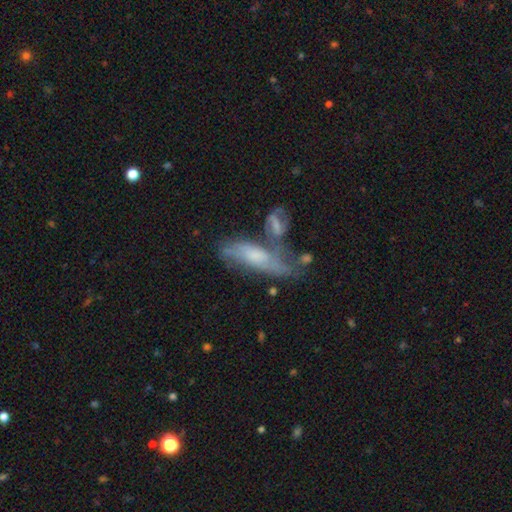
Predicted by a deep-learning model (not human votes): smooth_or_featured: featured or disk (p=0.53) [alt: smooth p=0.38]
disk_edge_on: no (p=0.70) [alt: yes p=0.30]
merging: none (p=0.36) [alt: merger p=0.32]